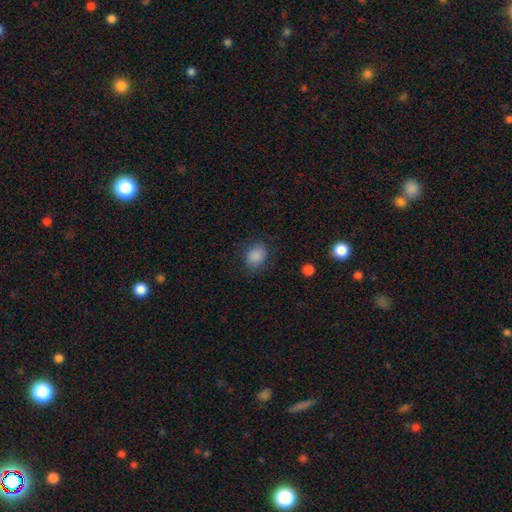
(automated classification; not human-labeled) Q: Smooth or featured?
A: smooth (86%); runner-up: star or artifact (9%)
Q: How rounded?
A: in between (52%); runner-up: round (47%)
Q: Merging?
A: none (78%); runner-up: minor disturbance (15%)